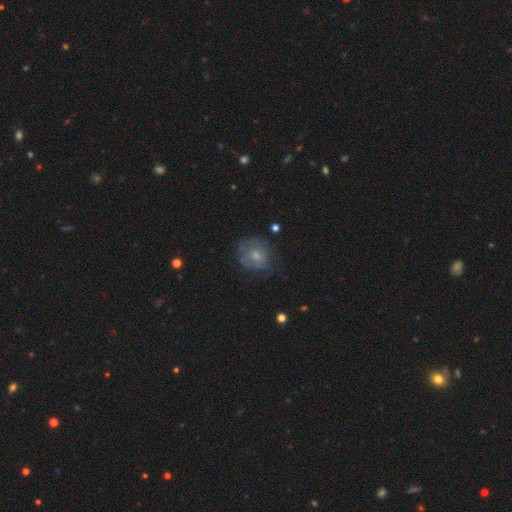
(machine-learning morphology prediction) This is possibly a smooth galaxy (57%). How rounded: clearly round (81%). Merging: possibly none (60%).